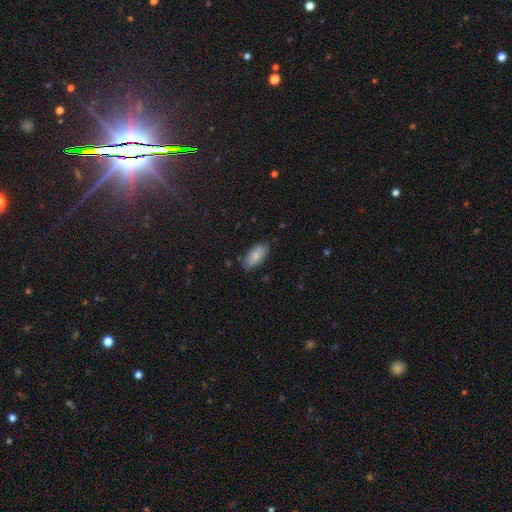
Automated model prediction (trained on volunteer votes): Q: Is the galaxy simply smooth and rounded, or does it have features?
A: smooth — 83%.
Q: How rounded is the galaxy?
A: in between — 89%.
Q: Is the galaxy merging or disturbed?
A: none — 78%.